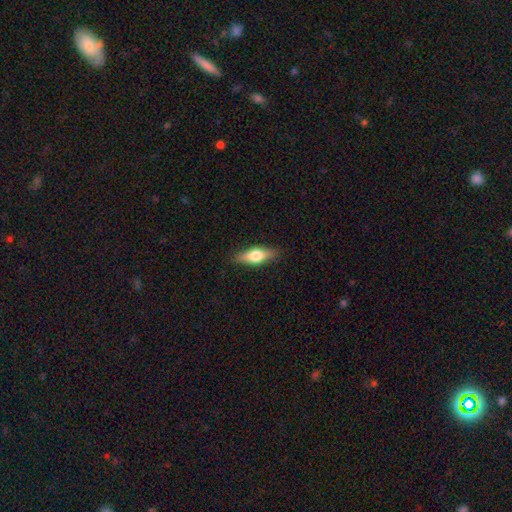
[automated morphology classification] smooth 55%, featured or disk 38%, star or artifact 7%. Down the decision tree: how rounded — in between (61%); merging — none (86%).